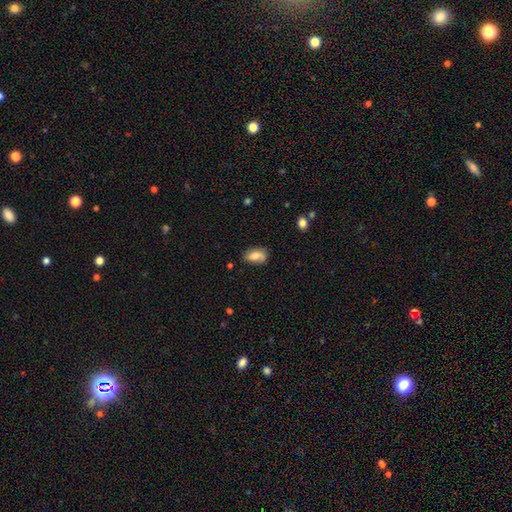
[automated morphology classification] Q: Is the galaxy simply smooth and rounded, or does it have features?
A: smooth — 72%.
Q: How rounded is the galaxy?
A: in between — 90%.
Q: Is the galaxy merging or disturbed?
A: none — 58%.